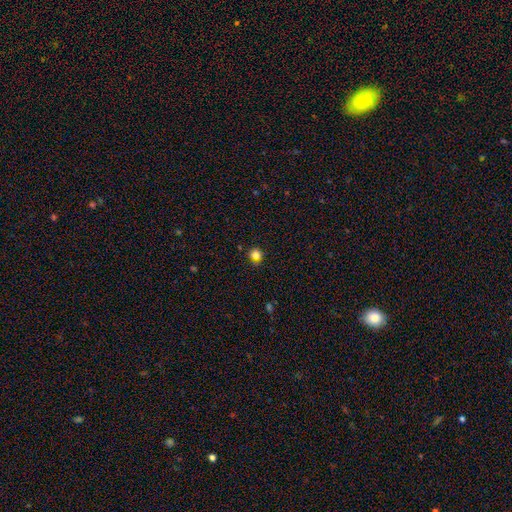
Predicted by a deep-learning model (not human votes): smooth_or_featured: smooth (p=0.80) [alt: star or artifact p=0.15]
how_rounded: round (p=0.87) [alt: in between p=0.12]
merging: none (p=0.80) [alt: minor disturbance p=0.14]